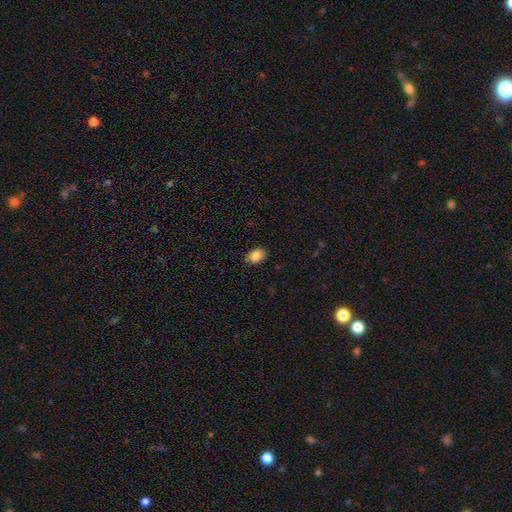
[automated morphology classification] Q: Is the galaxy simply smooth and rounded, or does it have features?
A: smooth — 86%.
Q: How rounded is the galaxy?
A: in between — 86%.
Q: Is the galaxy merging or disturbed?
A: none — 86%.